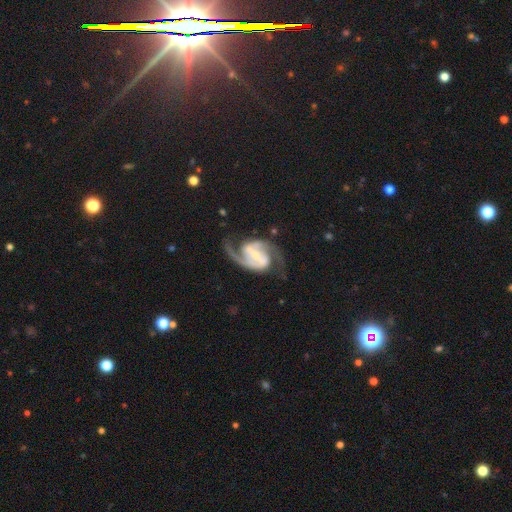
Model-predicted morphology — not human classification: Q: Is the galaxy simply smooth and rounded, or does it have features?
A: featured or disk — 92%.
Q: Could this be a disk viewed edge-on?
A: no — 98%.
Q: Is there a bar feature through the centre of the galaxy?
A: strong — 46%.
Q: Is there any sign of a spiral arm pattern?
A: yes — 98%.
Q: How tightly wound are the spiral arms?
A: medium — 60%.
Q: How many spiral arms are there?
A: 2 — 93%.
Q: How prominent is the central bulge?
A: small — 53%.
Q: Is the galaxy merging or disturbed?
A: none — 74%.